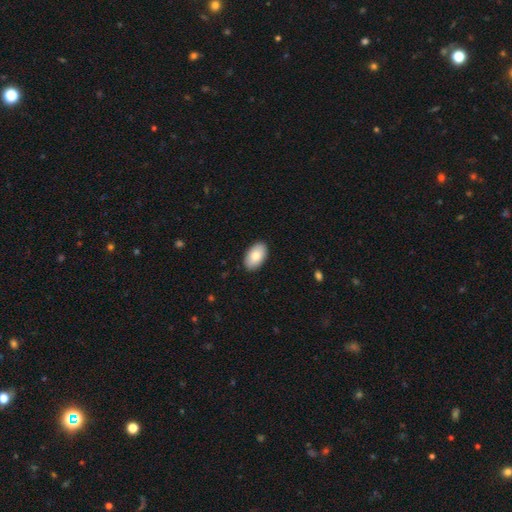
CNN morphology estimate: Q: Smooth or featured?
A: smooth (83%); runner-up: featured or disk (11%)
Q: How rounded?
A: in between (95%); runner-up: round (4%)
Q: Merging?
A: none (89%); runner-up: minor disturbance (8%)